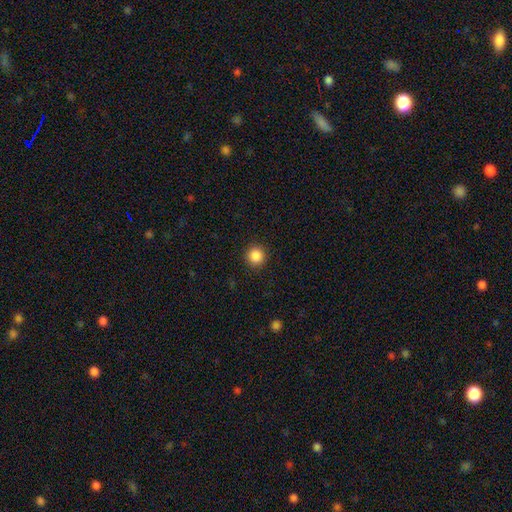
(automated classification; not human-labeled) Smooth or featured?
  - smooth: 87% *
  - star or artifact: 10%
  - featured or disk: 3%
How rounded?
  - round: 94% *
  - in between: 5%
  - cigar-shaped: 1%
Merging?
  - none: 91% *
  - minor disturbance: 5%
  - major disturbance: 2%
  - merger: 1%